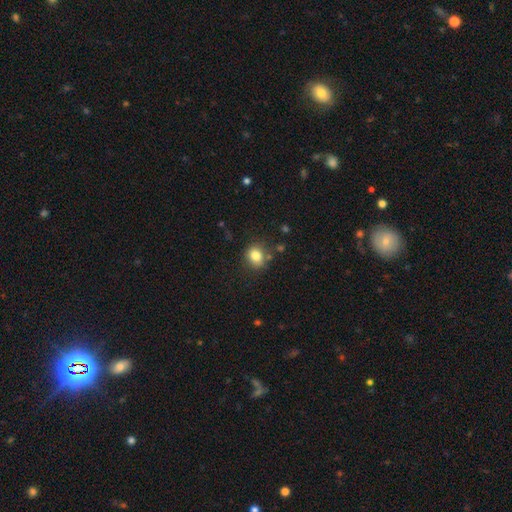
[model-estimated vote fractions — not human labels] Smooth or featured?
  - smooth: 83% *
  - star or artifact: 11%
  - featured or disk: 7%
How rounded?
  - round: 63% *
  - in between: 36%
  - cigar-shaped: 1%
Merging?
  - none: 77% *
  - minor disturbance: 14%
  - merger: 4%
  - major disturbance: 4%